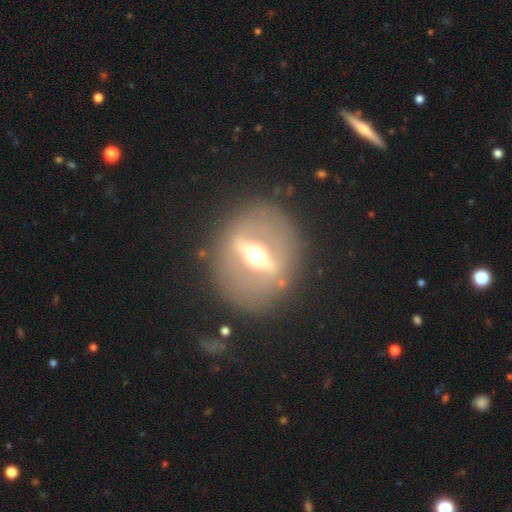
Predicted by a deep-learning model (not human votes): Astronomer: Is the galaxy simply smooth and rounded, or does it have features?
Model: featured or disk — 79%.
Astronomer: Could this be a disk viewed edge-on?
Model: no — 52% (runner-up: yes, 48%).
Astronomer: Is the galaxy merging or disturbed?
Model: none — 83%.